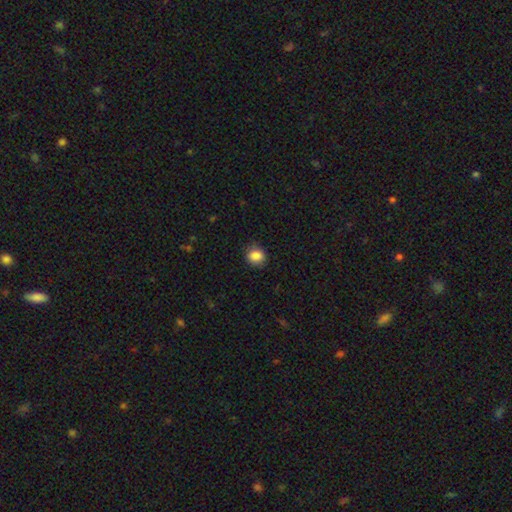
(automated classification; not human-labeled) smooth-or-featured: smooth: 87% | star or artifact: 9% | featured or disk: 4%
  how-rounded: round: 66% | in between: 33% | cigar-shaped: 1%
  merging: none: 83% | minor disturbance: 13% | major disturbance: 3% | merger: 1%